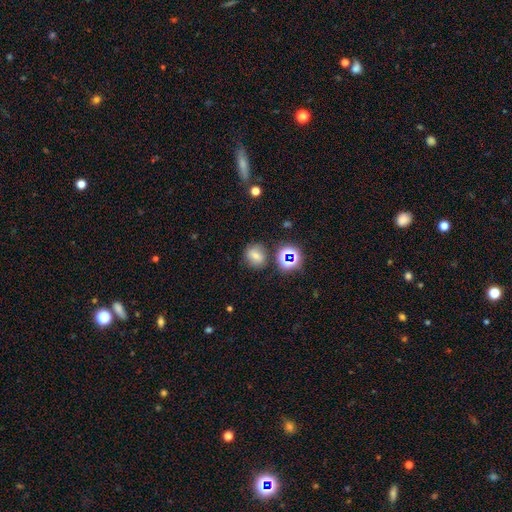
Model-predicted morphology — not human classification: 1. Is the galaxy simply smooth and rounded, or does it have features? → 62% smooth, 22% star or artifact, 16% featured or disk.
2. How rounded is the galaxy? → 72% round, 27% in between, 1% cigar-shaped.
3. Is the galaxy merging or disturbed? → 78% none, 11% minor disturbance, 7% merger, 4% major disturbance.